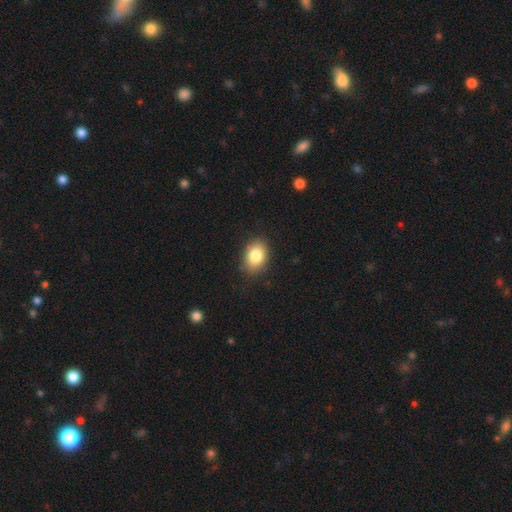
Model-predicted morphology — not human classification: Q: Smooth or featured?
A: smooth (82%); runner-up: featured or disk (9%)
Q: How rounded?
A: in between (77%); runner-up: round (22%)
Q: Merging?
A: none (86%); runner-up: minor disturbance (10%)